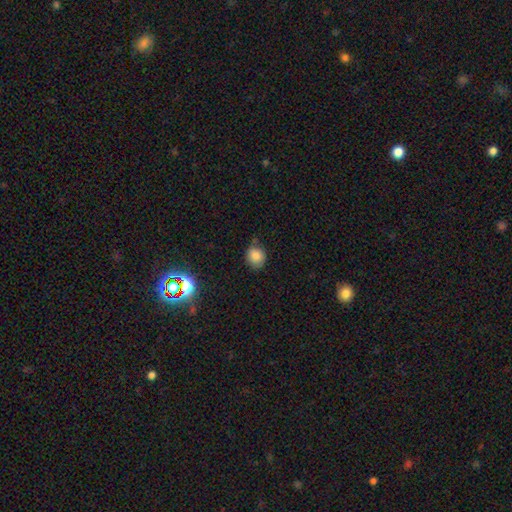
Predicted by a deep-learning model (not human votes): Morphology: type=smooth (83%); roundness=round (72%); merging=none (72%).